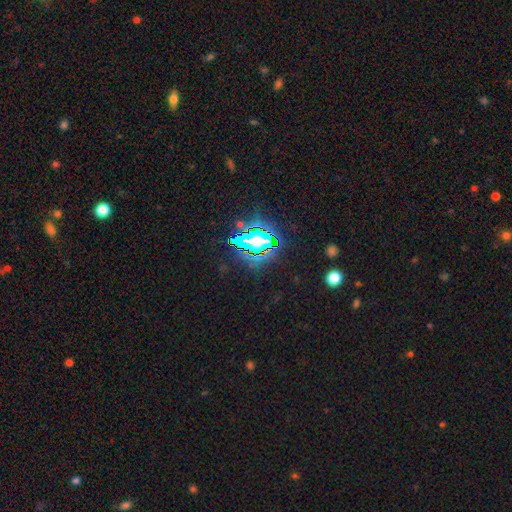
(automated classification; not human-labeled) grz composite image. It shows a star or artifact, not a galaxy (68%).